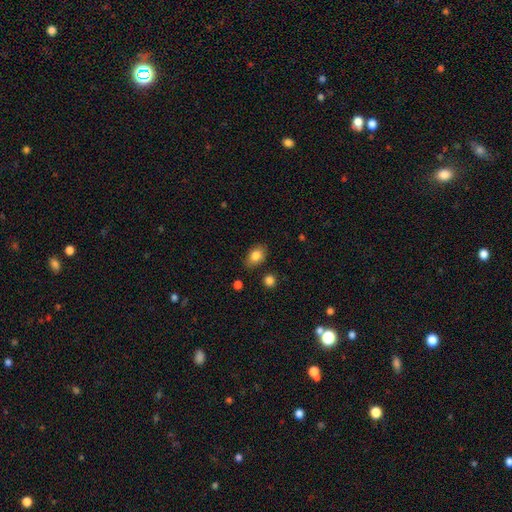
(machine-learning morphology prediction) This appears to be a smooth galaxy with no disk features (83%) that is in between round and cigar-shaped (79%). Merging: none (79%).